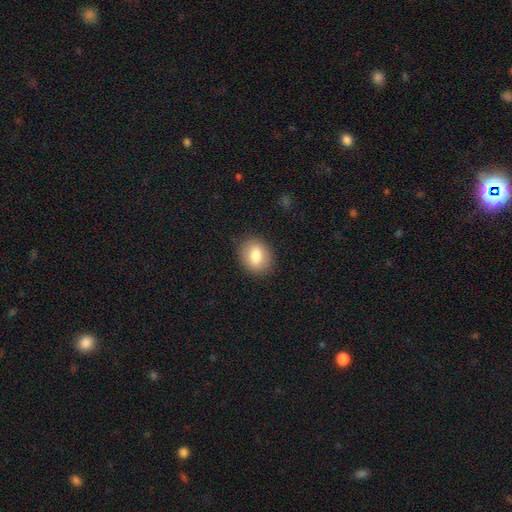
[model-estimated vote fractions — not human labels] Q: Smooth or featured?
A: smooth (78%); runner-up: featured or disk (13%)
Q: How rounded?
A: in between (55%); runner-up: round (43%)
Q: Merging?
A: none (87%); runner-up: minor disturbance (9%)